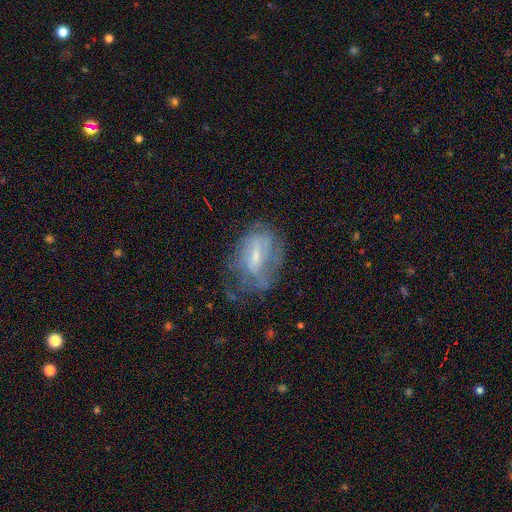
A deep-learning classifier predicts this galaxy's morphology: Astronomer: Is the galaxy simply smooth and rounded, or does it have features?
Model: featured or disk — 60%.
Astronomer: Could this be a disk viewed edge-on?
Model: no — 93%.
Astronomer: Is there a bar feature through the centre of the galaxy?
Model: weak — 48% (runner-up: no, 31%).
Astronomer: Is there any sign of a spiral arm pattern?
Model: yes — 55% (runner-up: no, 45%).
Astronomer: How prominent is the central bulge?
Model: small — 54% (runner-up: moderate, 34%).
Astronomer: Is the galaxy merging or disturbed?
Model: none — 49% (runner-up: minor disturbance, 27%).